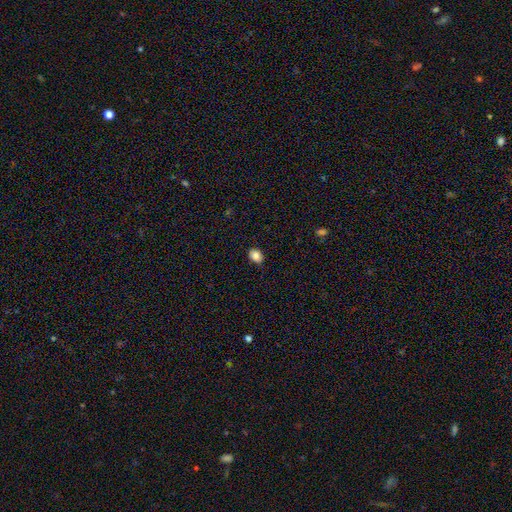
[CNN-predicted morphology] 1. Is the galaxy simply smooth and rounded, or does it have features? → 84% smooth, 10% star or artifact, 6% featured or disk.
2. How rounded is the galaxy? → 53% in between, 46% round, 1% cigar-shaped.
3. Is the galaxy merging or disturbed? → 86% none, 11% minor disturbance, 2% major disturbance, 1% merger.